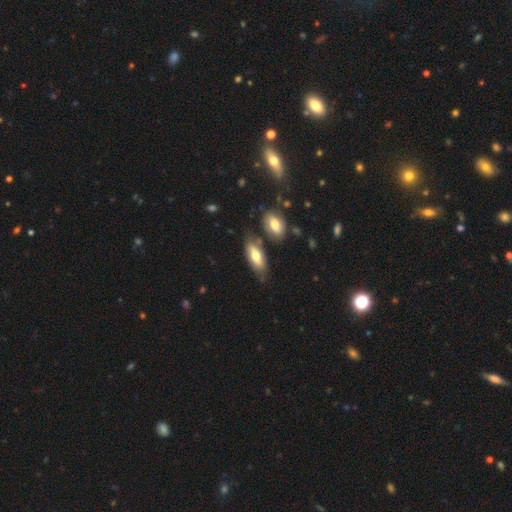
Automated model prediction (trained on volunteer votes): A smooth galaxy with no disk features (69%) that is in between round and cigar-shaped (80%).

Vote fractions:
- Smooth or featured? smooth: 69% / featured or disk: 25% / star or artifact: 6%
- How rounded? in between: 80% / cigar-shaped: 17% / round: 3%
- Merging? none: 64% / minor disturbance: 20% / merger: 11% / major disturbance: 5%